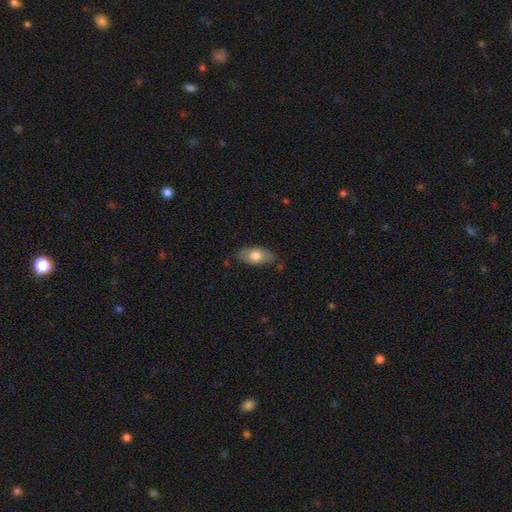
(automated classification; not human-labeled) Smooth or featured: smooth — 70% (featured or disk — 24%)
How rounded: in between — 89% (cigar-shaped — 6%)
Merging: none — 76% (minor disturbance — 18%)